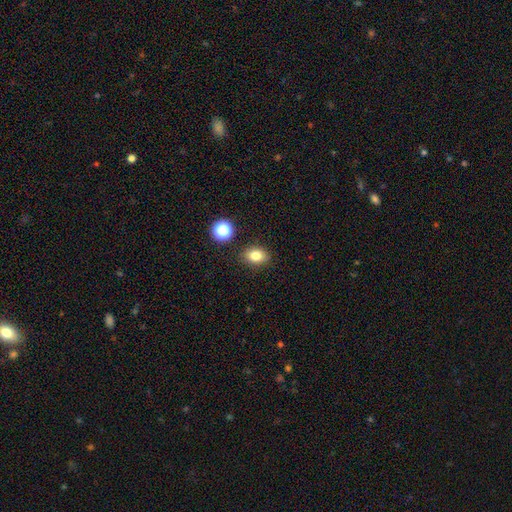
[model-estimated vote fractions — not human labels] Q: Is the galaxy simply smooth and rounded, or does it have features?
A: smooth — 81%.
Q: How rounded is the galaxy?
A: in between — 65%.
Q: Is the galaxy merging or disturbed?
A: none — 85%.